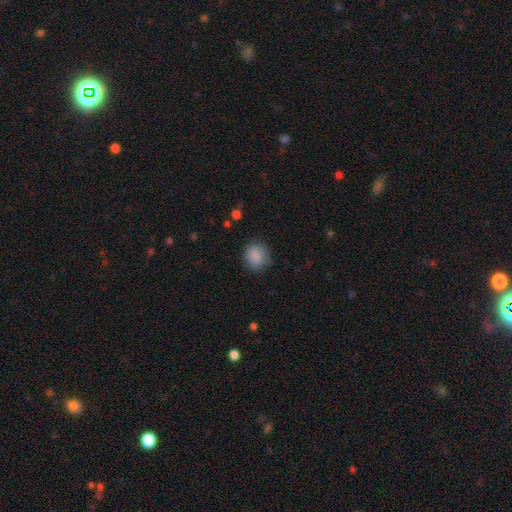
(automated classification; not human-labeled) Smooth or featured?
  - smooth: 87% *
  - star or artifact: 8%
  - featured or disk: 5%
How rounded?
  - round: 79% *
  - in between: 20%
  - cigar-shaped: 1%
Merging?
  - none: 81% *
  - minor disturbance: 14%
  - major disturbance: 4%
  - merger: 1%